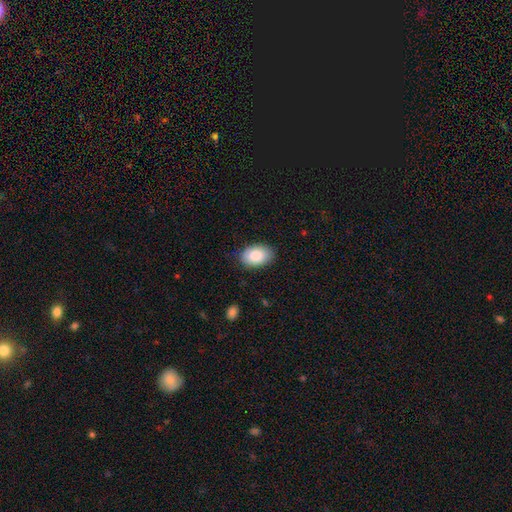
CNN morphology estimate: The model was most divided on "merging": none: 84%, minor disturbance: 12%, major disturbance: 2%, merger: 1%. More confident: how rounded — in between (89%); smooth or featured — smooth (86%).